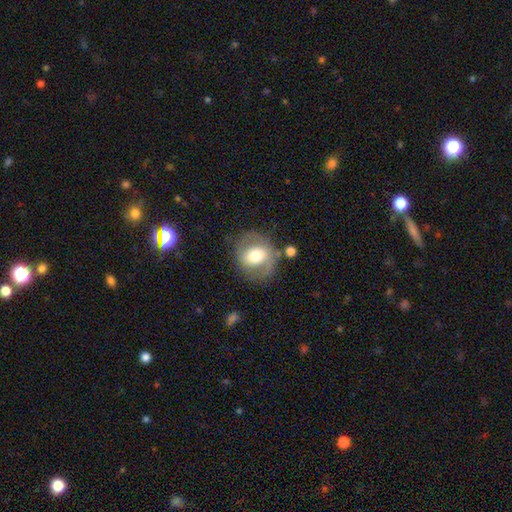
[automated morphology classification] Smooth or featured? Predicted: smooth (p=0.52). How rounded? Predicted: round (p=0.68). Merging? Predicted: none (p=0.69).